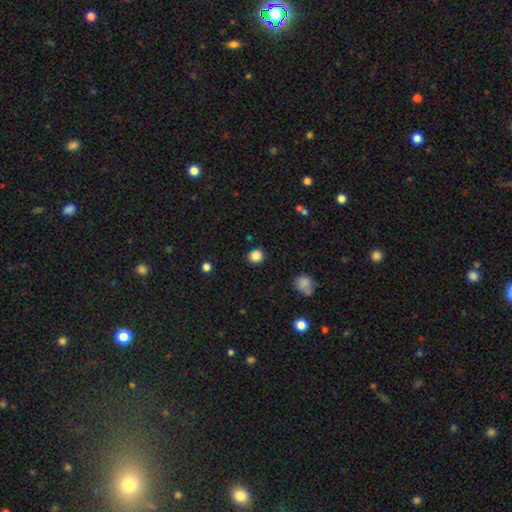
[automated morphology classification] This is clearly a smooth galaxy (85%). How rounded: clearly round (90%). Merging: clearly none (90%).